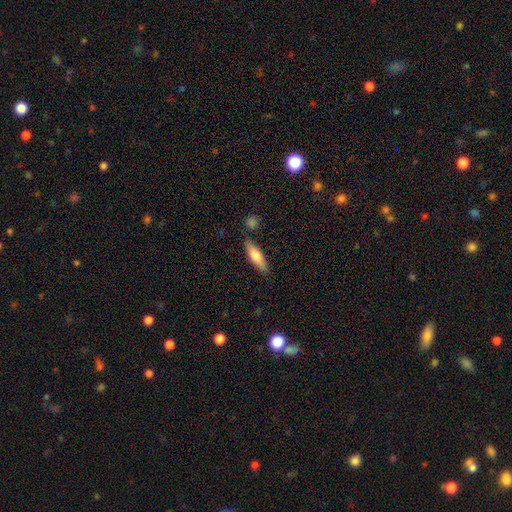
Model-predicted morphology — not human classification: The model was most divided on "how rounded": cigar-shaped: 61%, in between: 37%, round: 2%. More confident: merging — none (81%); smooth or featured — smooth (71%).